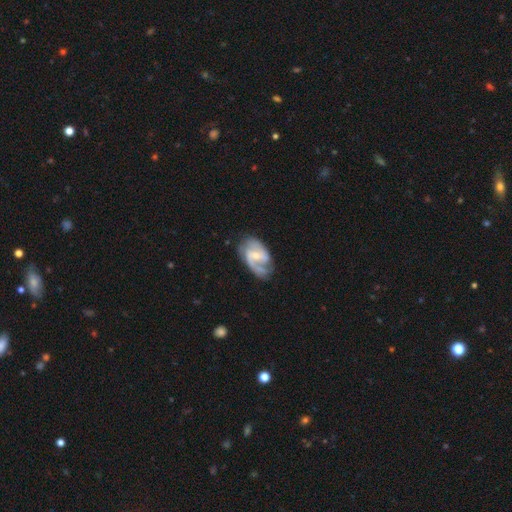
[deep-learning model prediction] A featured or disk galaxy (84%) with a weak bar (49%), 2 (74%) medium (50%) spiral arms (95%) and a small central bulge (59%). Merging: none (64%).